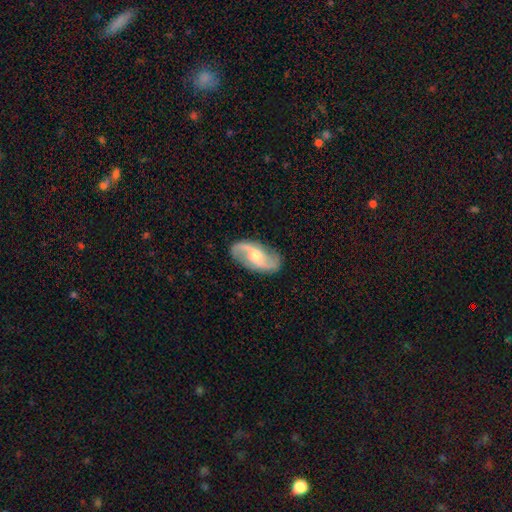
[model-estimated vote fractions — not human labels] This is clearly a featured or disk galaxy (86%). It is clearly not viewed edge-on (96%). Bar: possibly weak (45%). Spiral arm pattern: clearly yes (97%). Spiral arm count: clearly 2 (92%). Spiral winding: possibly loose (50%). Central bulge: possibly moderate (55%). Merging: clearly none (83%).